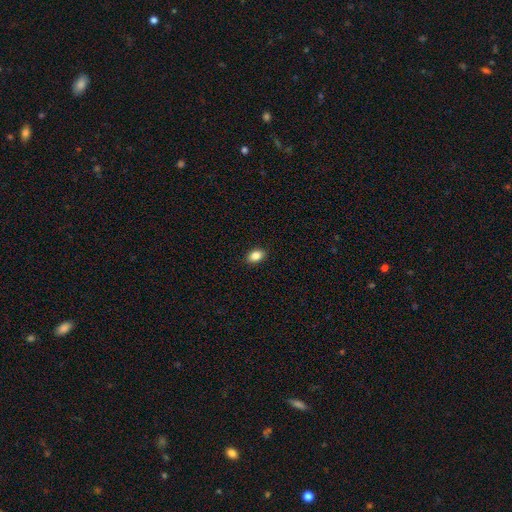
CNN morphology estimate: Smooth or featured?
  - smooth: 86% *
  - star or artifact: 9%
  - featured or disk: 5%
How rounded?
  - in between: 83% *
  - round: 15%
  - cigar-shaped: 2%
Merging?
  - none: 90% *
  - minor disturbance: 7%
  - major disturbance: 2%
  - merger: 1%